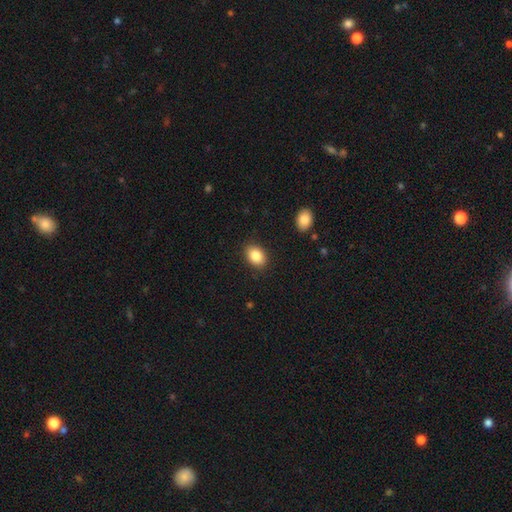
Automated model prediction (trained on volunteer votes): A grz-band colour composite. It shows a smooth galaxy with no disk features (86%) that is in between round and cigar-shaped (78%). Merging: none (87%).